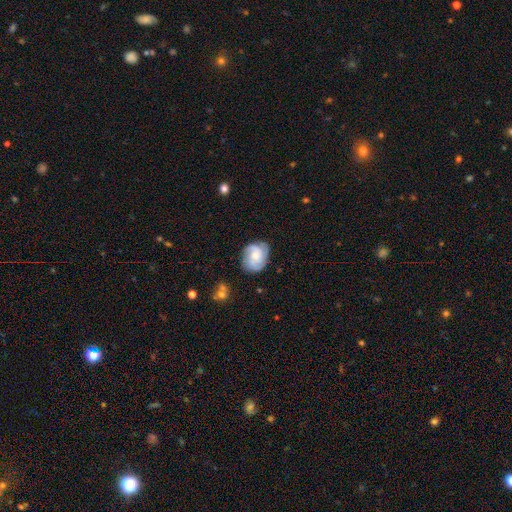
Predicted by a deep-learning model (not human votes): featured or disk 71%, smooth 22%, star or artifact 7%. Down the decision tree: edge-on disk — no (98%); bar — no (68%); spiral arms — yes (95%); spiral arm count — 3 (53%); spiral winding — medium (43%); bulge size — moderate (47%); merging — none (75%).